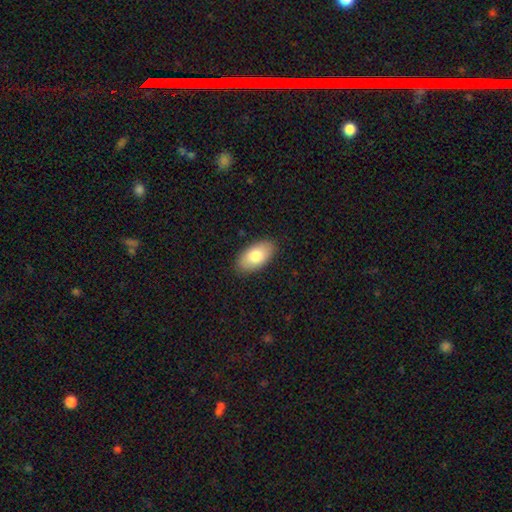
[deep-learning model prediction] Overall: smooth (80%). How rounded: in between (95%). Merging: none (88%).